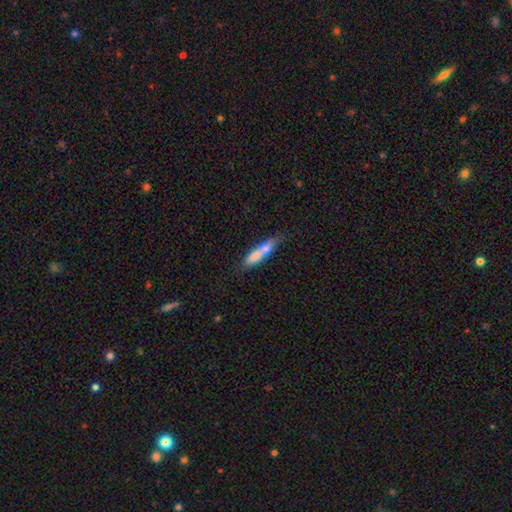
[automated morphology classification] Smooth or featured? smooth (69%)
How rounded? cigar-shaped (70%)
Merging? merger (41%)